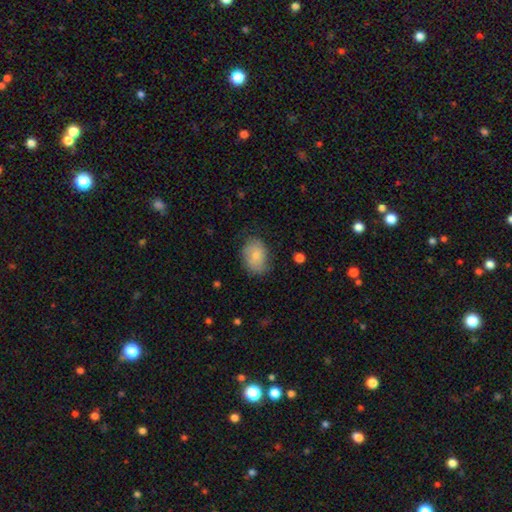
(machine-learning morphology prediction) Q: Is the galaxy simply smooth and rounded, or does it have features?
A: smooth — 76%.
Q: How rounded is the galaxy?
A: in between — 77%.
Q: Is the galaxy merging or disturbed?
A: none — 70%.